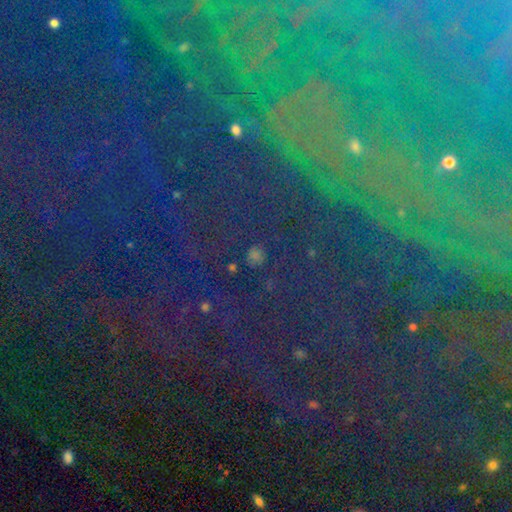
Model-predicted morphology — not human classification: star or artifact 64%, smooth 26%, featured or disk 10%.